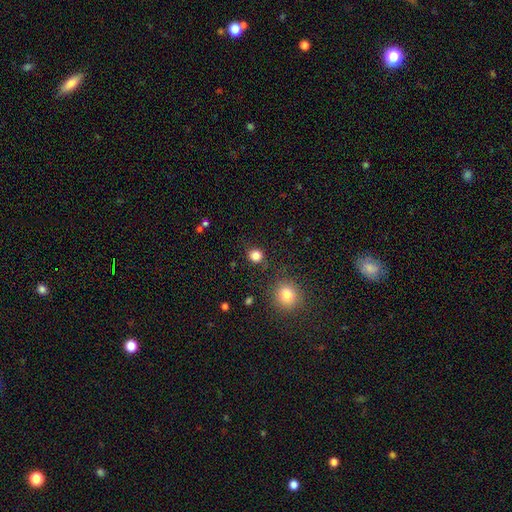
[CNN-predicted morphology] This appears to be a smooth galaxy with no disk features (83%) that is round (84%). Merging: none (85%).